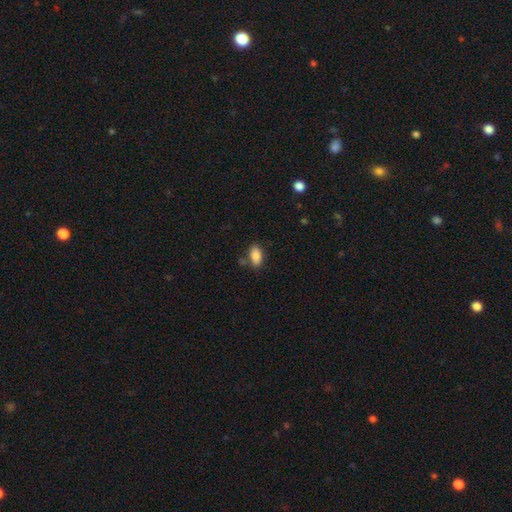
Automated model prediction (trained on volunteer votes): smooth 86%, star or artifact 8%, featured or disk 6%. Down the decision tree: how rounded — in between (90%); merging — none (75%).